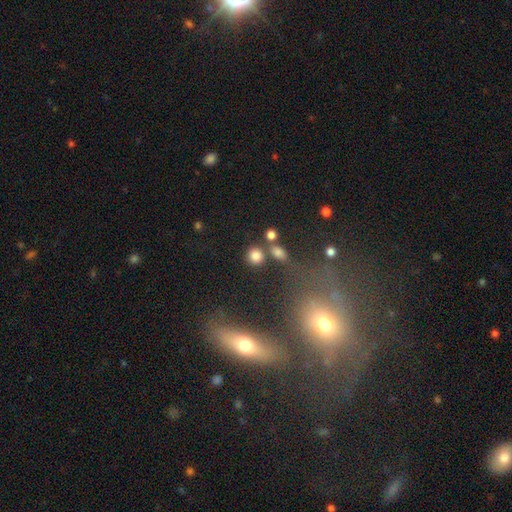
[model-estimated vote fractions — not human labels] smooth-or-featured: smooth: 80% | star or artifact: 13% | featured or disk: 7%
  how-rounded: round: 87% | in between: 11% | cigar-shaped: 1%
  merging: none: 73% | merger: 14% | minor disturbance: 8% | major disturbance: 4%